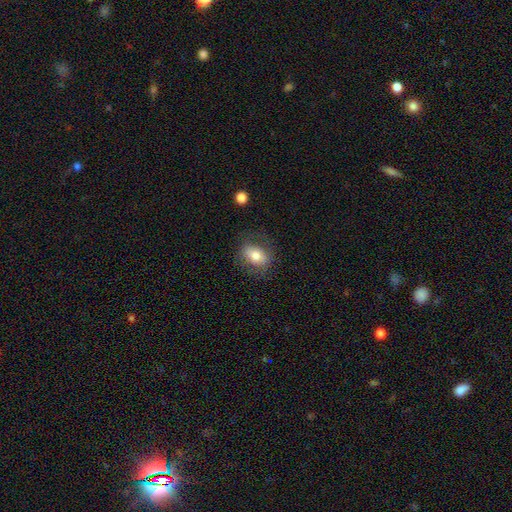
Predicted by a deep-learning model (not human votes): A smooth galaxy with no disk features (68%) that is in between round and cigar-shaped (65%).

Vote fractions:
- Smooth or featured? smooth: 68% / featured or disk: 23% / star or artifact: 9%
- How rounded? in between: 65% / round: 33% / cigar-shaped: 1%
- Merging? none: 74% / minor disturbance: 16% / major disturbance: 8% / merger: 1%